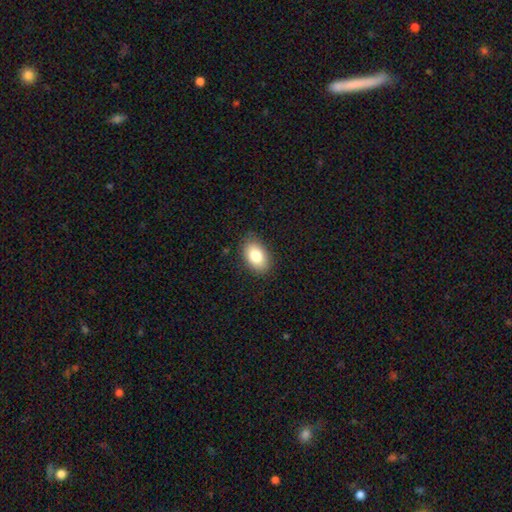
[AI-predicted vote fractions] smooth_or_featured: smooth (p=0.82) [alt: featured or disk p=0.10]
how_rounded: in between (p=0.90) [alt: round p=0.09]
merging: none (p=0.86) [alt: minor disturbance p=0.11]